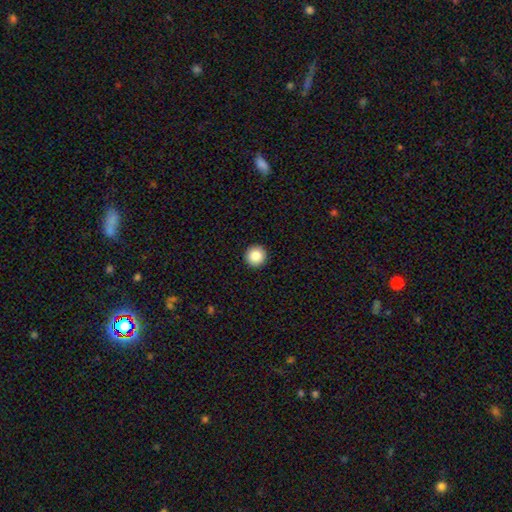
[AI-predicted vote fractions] smooth_or_featured: smooth (p=0.86) [alt: star or artifact p=0.09]
how_rounded: round (p=0.96) [alt: in between p=0.03]
merging: none (p=0.94) [alt: minor disturbance p=0.04]